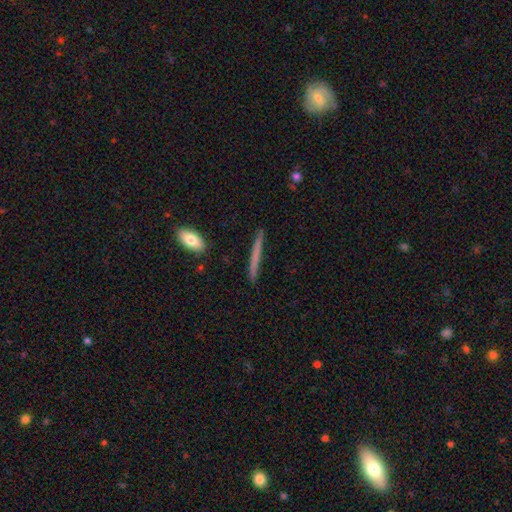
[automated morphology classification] The model was most divided on "smooth or featured": smooth: 54%, featured or disk: 39%, star or artifact: 7%. More confident: how rounded — cigar-shaped (95%); merging — none (89%).